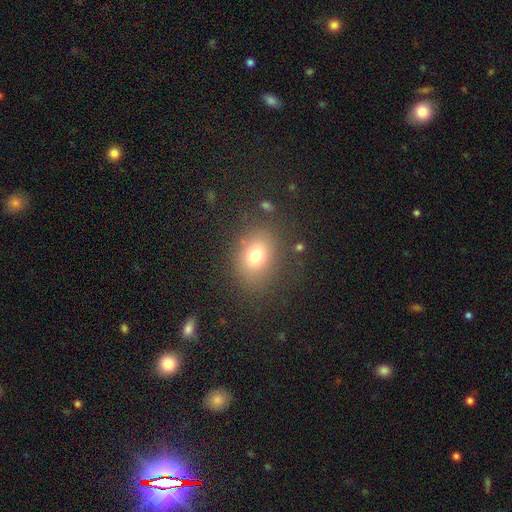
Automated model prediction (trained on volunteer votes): smooth_or_featured: smooth (p=0.74) [alt: star or artifact p=0.14]
how_rounded: in between (p=0.53) [alt: round p=0.46]
merging: none (p=0.78) [alt: minor disturbance p=0.13]